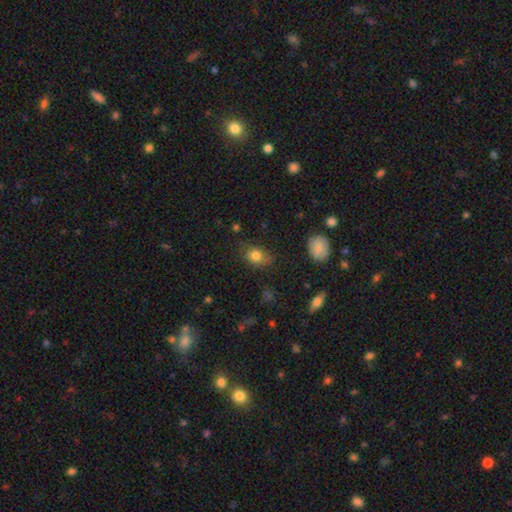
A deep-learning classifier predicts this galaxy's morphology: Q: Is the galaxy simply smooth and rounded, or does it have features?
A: smooth — 81%.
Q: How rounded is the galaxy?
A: in between — 57%.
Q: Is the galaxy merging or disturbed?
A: none — 66%.